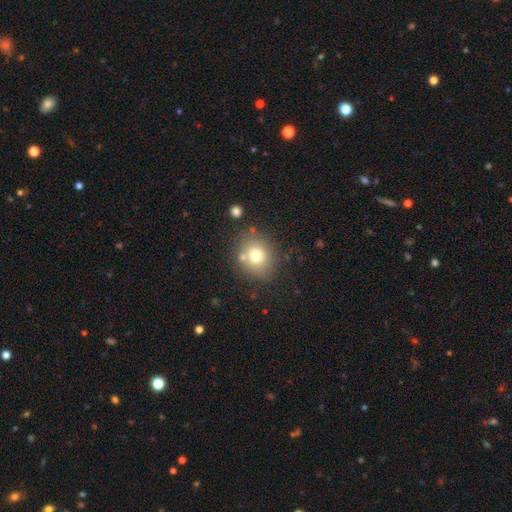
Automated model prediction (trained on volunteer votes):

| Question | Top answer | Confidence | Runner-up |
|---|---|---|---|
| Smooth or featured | smooth | 73% | featured or disk (14%) |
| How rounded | round | 75% | in between (24%) |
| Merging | none | 75% | minor disturbance (12%) |